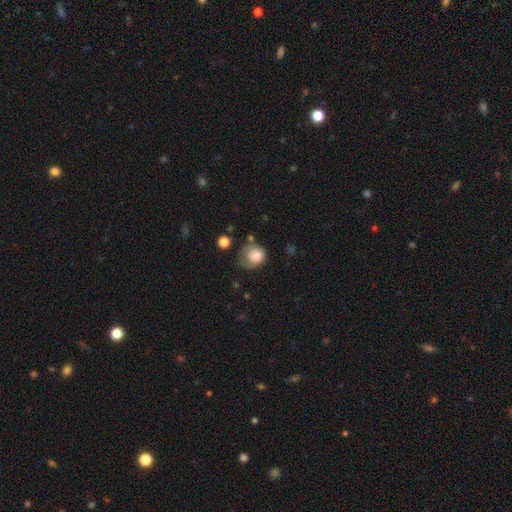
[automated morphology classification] This appears to be a smooth galaxy with no disk features (77%) that is round (72%). Merging: none (35%, tied with minor disturbance).